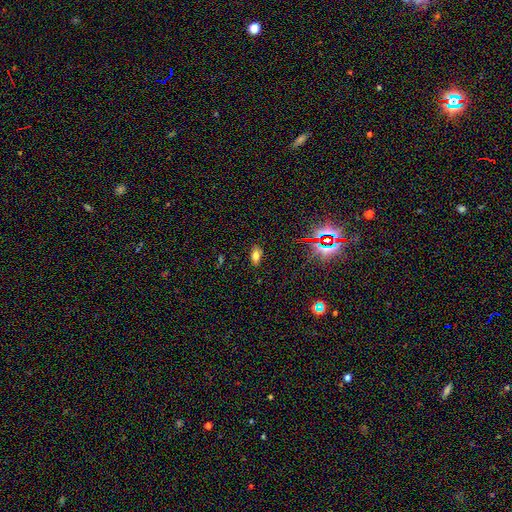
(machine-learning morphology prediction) This appears to be a smooth galaxy with no disk features (67%) that is in between round and cigar-shaped (87%). Merging: none (85%).